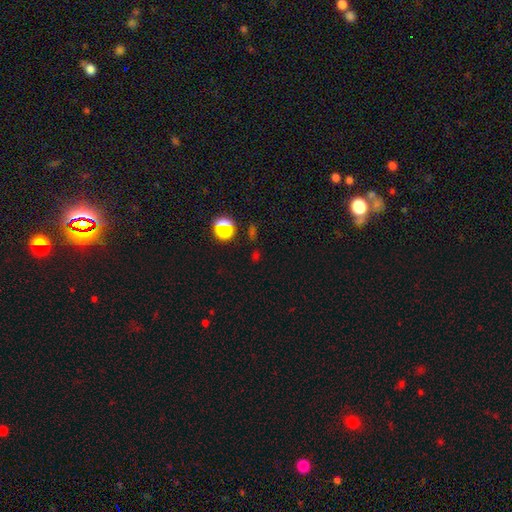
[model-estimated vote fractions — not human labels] A star or artifact, not a galaxy (53%).